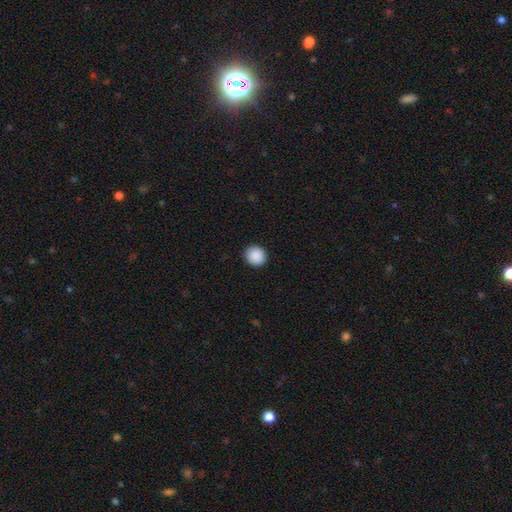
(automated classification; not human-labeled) A smooth galaxy with no disk features (90%) that is round (90%).

Vote fractions:
- Smooth or featured? smooth: 90% / star or artifact: 8% / featured or disk: 2%
- How rounded? round: 90% / in between: 9% / cigar-shaped: 1%
- Merging? none: 92% / minor disturbance: 5% / major disturbance: 2% / merger: 1%